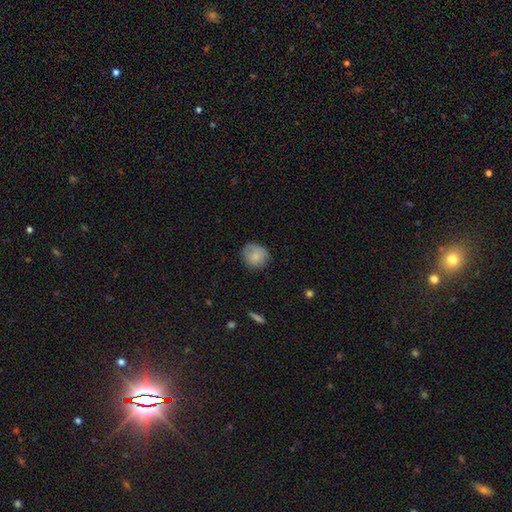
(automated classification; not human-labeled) smooth_or_featured: smooth (p=0.79) [alt: featured or disk p=0.13]
how_rounded: round (p=0.84) [alt: in between p=0.15]
merging: none (p=0.71) [alt: minor disturbance p=0.23]